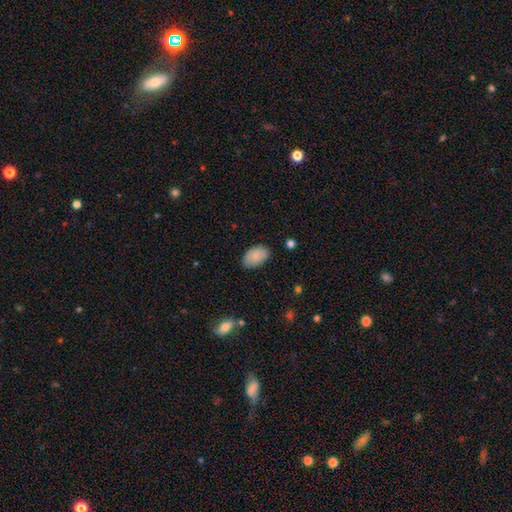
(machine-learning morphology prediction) type=smooth (84%); roundness=in between (90%); merging=none (80%).